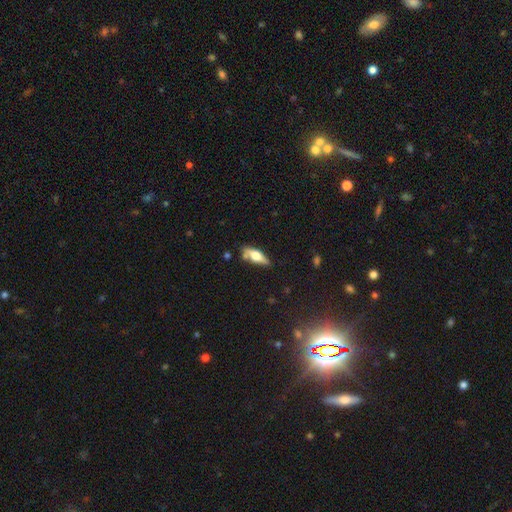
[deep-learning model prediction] The model was most divided on "smooth or featured": smooth: 49%, featured or disk: 44%, star or artifact: 7%. More confident: merging — none (62%).